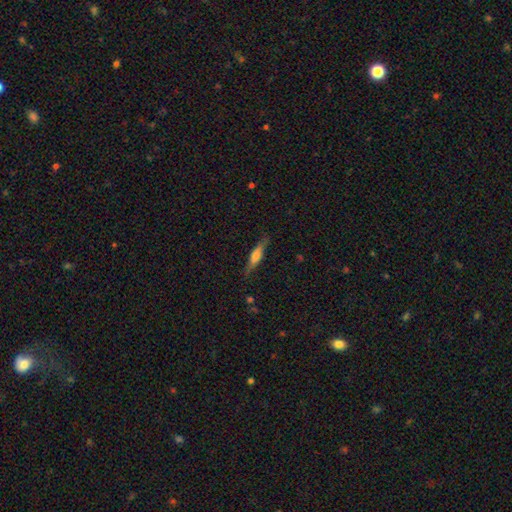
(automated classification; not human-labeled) Smooth or featured? Predicted: featured or disk (p=0.47). Merging? Predicted: none (p=0.83).